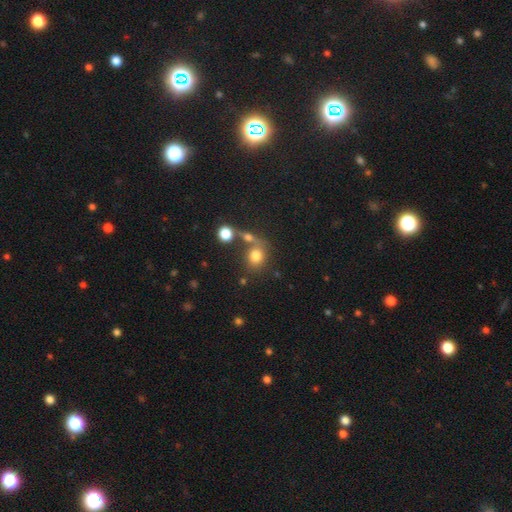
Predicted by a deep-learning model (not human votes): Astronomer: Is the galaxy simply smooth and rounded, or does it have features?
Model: smooth — 77%.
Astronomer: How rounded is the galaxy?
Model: round — 69%.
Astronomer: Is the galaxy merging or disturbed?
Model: none — 54% (runner-up: merger, 30%).